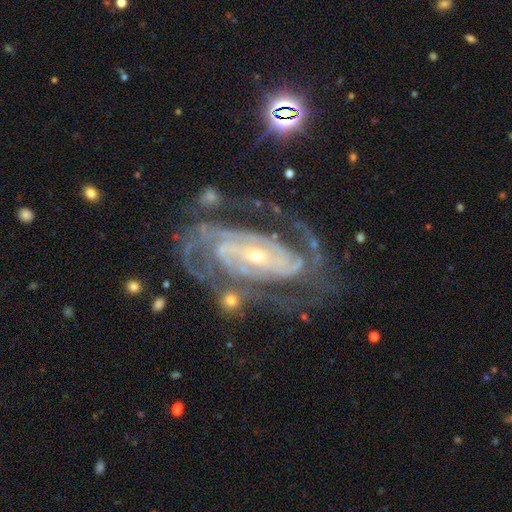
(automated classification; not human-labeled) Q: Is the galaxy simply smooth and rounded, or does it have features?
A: featured or disk — 91%.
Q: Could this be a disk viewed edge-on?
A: no — 96%.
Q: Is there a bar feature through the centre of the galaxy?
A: no — 44%.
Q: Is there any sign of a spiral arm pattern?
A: yes — 97%.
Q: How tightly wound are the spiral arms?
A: tight — 63%.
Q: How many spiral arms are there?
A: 2 — 48%.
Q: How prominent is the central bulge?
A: small — 70%.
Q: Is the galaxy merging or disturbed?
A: none — 62%.